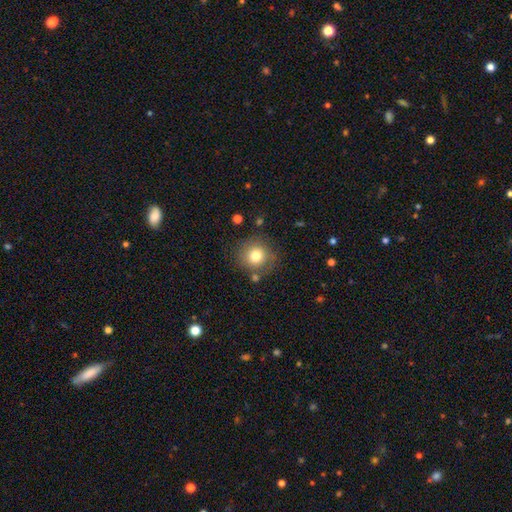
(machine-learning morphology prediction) smooth-or-featured: smooth: 77% | featured or disk: 12% | star or artifact: 11%
  how-rounded: round: 91% | in between: 8% | cigar-shaped: 1%
  merging: none: 78% | minor disturbance: 12% | merger: 6% | major disturbance: 5%